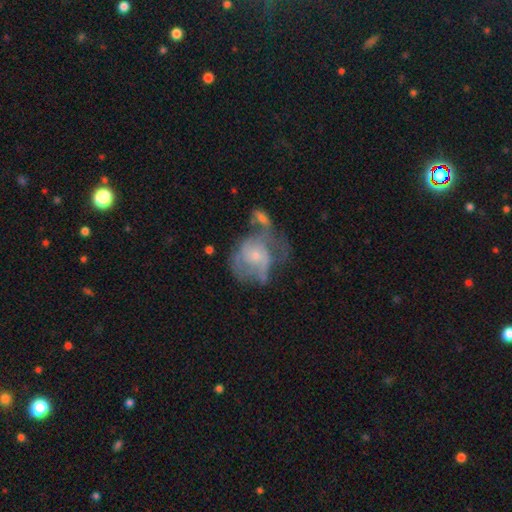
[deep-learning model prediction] smooth_or_featured: featured or disk (p=0.65) [alt: smooth p=0.27]
disk_edge_on: no (p=0.97) [alt: yes p=0.03]
bar: no (p=0.77) [alt: weak p=0.20]
has_spiral_arms: yes (p=0.68) [alt: no p=0.32]
bulge_size: small (p=0.61) [alt: moderate p=0.30]
merging: major disturbance (p=0.31) [alt: merger p=0.28]